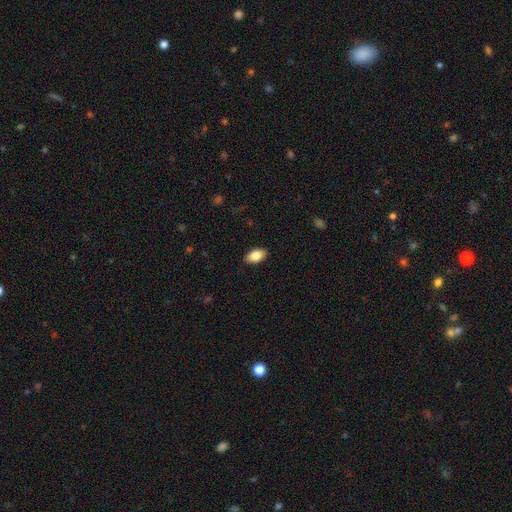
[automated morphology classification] Smooth or featured? smooth (84%)
How rounded? in between (92%)
Merging? none (88%)